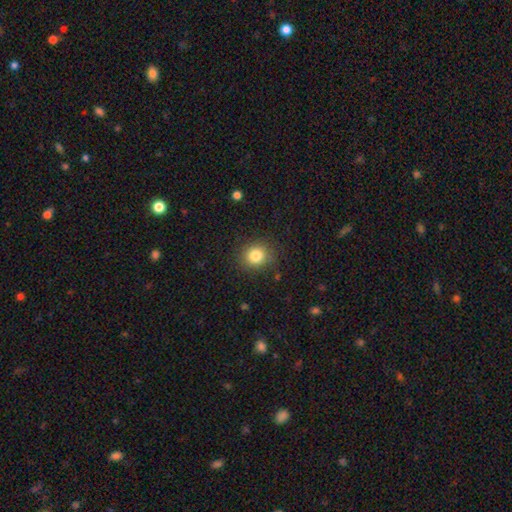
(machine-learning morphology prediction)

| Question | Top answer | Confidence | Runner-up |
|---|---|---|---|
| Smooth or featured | smooth | 82% | star or artifact (11%) |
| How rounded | round | 82% | in between (17%) |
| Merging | none | 86% | minor disturbance (9%) |